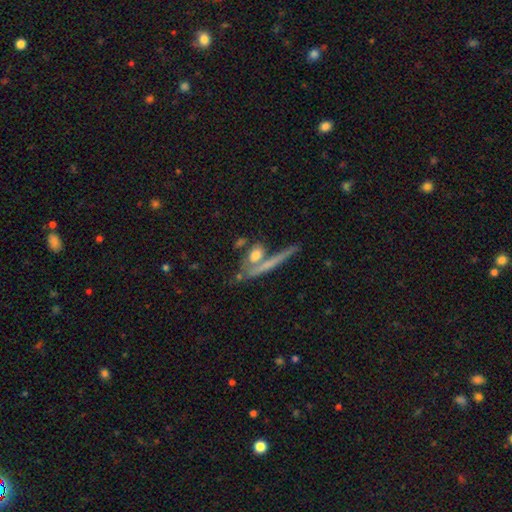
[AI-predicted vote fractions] smooth_or_featured: smooth (p=0.64) [alt: featured or disk p=0.28]
how_rounded: in between (p=0.44) [alt: cigar-shaped p=0.40]
merging: none (p=0.51) [alt: merger p=0.28]